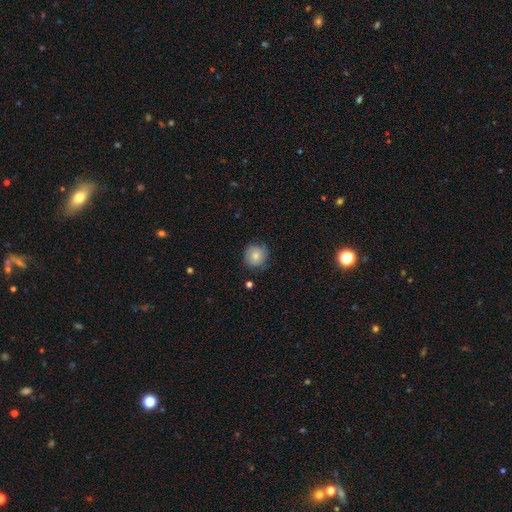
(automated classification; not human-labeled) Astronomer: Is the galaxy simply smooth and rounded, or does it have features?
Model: smooth — 72%.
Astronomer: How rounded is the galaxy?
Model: round — 90%.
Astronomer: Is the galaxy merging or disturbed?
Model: none — 78%.